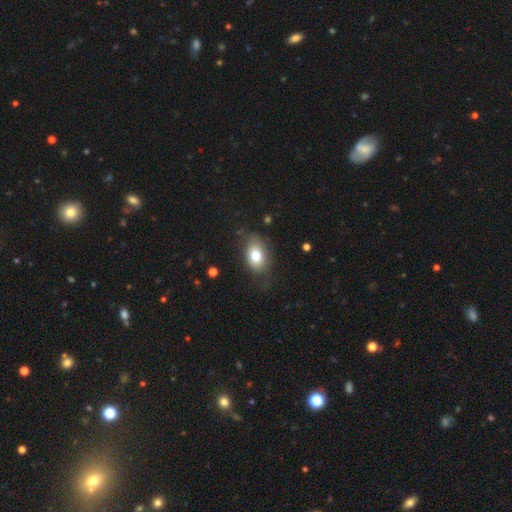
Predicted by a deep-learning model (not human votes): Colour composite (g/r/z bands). It shows a smooth galaxy with no disk features (75%) that is in between round and cigar-shaped (83%). Merging: none (65%).